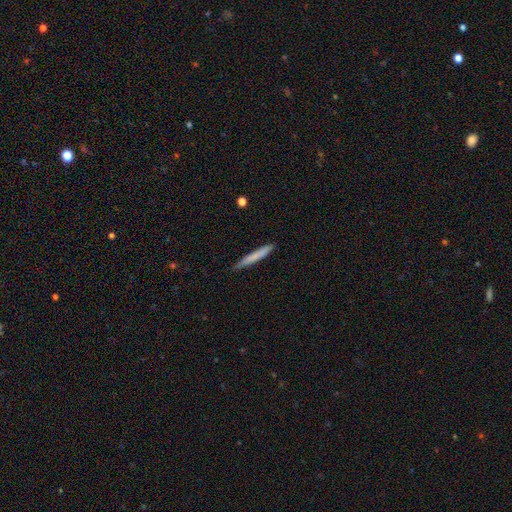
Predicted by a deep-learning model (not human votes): Q: Smooth or featured?
A: smooth (71%); runner-up: featured or disk (23%)
Q: How rounded?
A: cigar-shaped (96%); runner-up: in between (3%)
Q: Merging?
A: none (86%); runner-up: minor disturbance (11%)